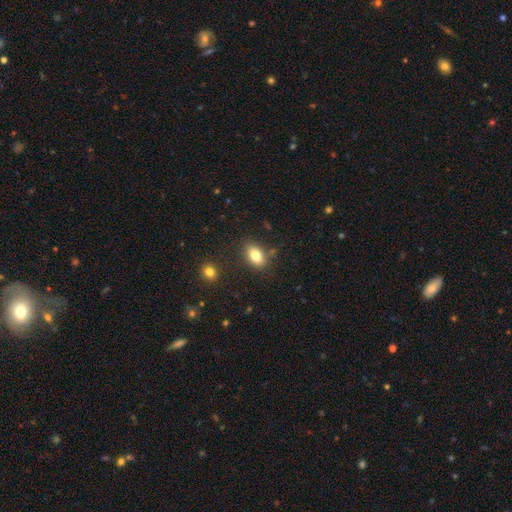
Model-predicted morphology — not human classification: A smooth galaxy with no disk features (82%) that is in between round and cigar-shaped (87%). Merging: none (81%).